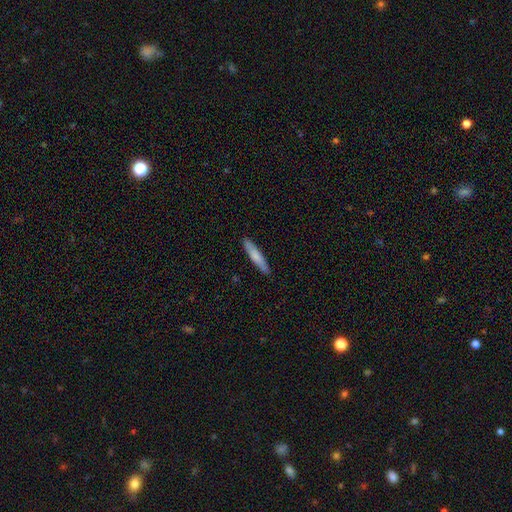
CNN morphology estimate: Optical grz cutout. It shows a smooth galaxy with no disk features (75%) that is cigar-shaped (89%). Merging: none (89%).